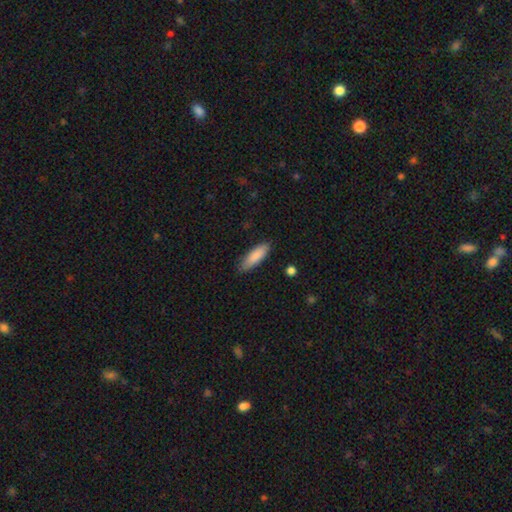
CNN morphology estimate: A smooth galaxy with no disk features (86%) that is in between round and cigar-shaped (52%).

Vote fractions:
- Smooth or featured? smooth: 86% / featured or disk: 9% / star or artifact: 6%
- How rounded? in between: 52% / cigar-shaped: 46% / round: 2%
- Merging? none: 84% / minor disturbance: 12% / major disturbance: 2% / merger: 1%